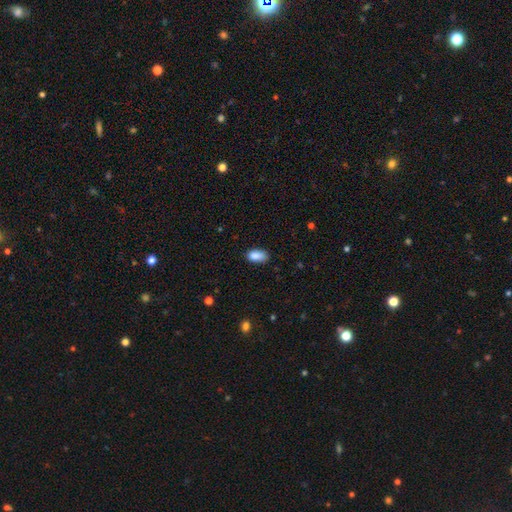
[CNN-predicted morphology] type=smooth (88%); roundness=in between (92%); merging=none (75%).